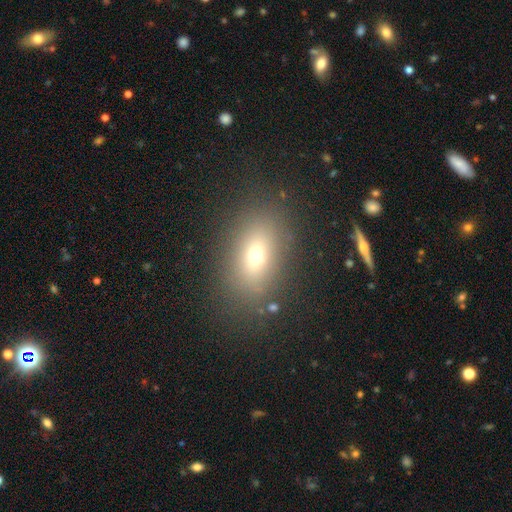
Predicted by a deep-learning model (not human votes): Smooth or featured? smooth (64%)
How rounded? in between (77%)
Merging? none (83%)